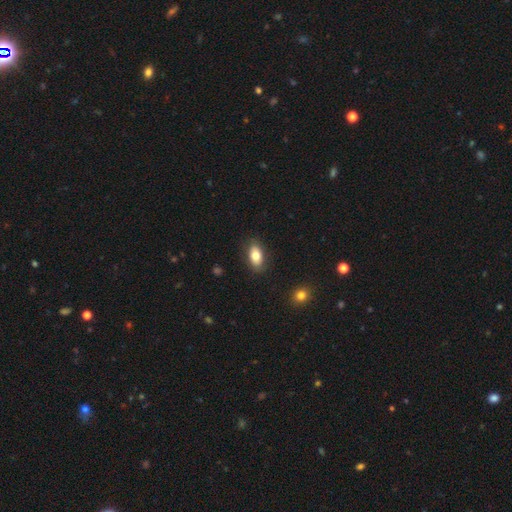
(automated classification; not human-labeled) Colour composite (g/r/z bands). It shows a smooth galaxy with no disk features (79%) that is in between round and cigar-shaped (90%). Merging: none (86%).